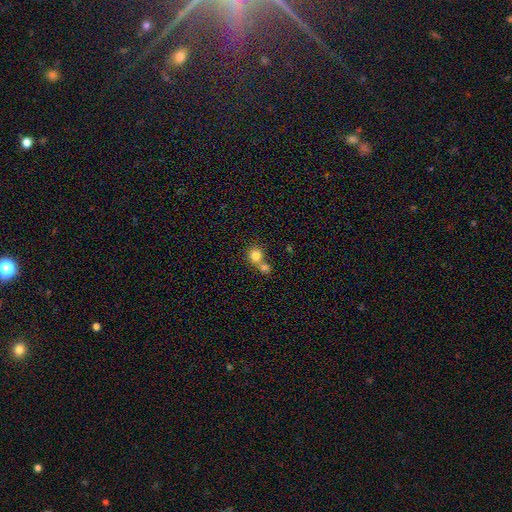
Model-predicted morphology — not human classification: smooth-or-featured: smooth: 81% | star or artifact: 10% | featured or disk: 9%
  how-rounded: round: 85% | in between: 14% | cigar-shaped: 1%
  merging: merger: 51% | none: 40% | minor disturbance: 6% | major disturbance: 3%